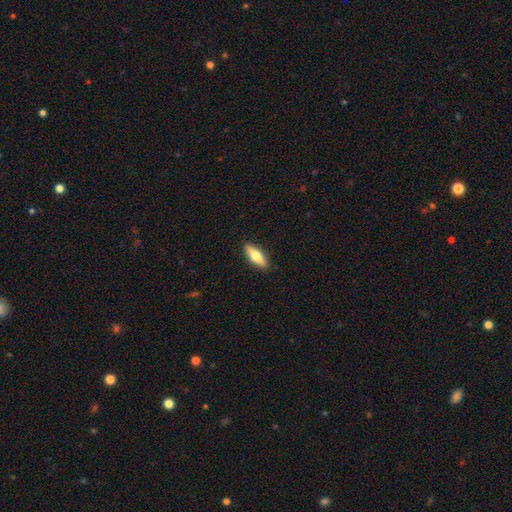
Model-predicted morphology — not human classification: Smooth or featured? smooth (66%)
How rounded? in between (58%)
Merging? none (89%)